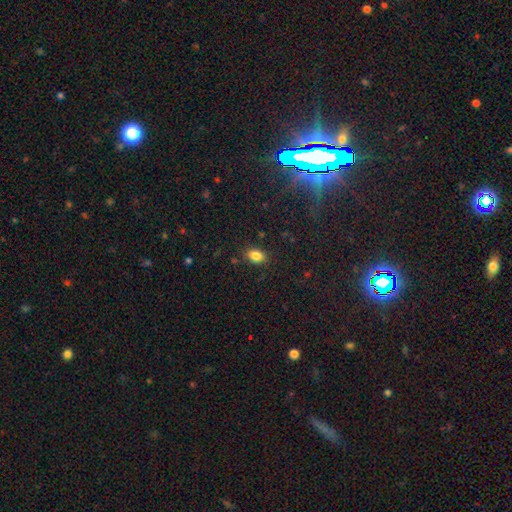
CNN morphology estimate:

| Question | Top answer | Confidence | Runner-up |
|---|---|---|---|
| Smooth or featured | smooth | 84% | star or artifact (10%) |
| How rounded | in between | 80% | round (19%) |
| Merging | none | 85% | minor disturbance (11%) |